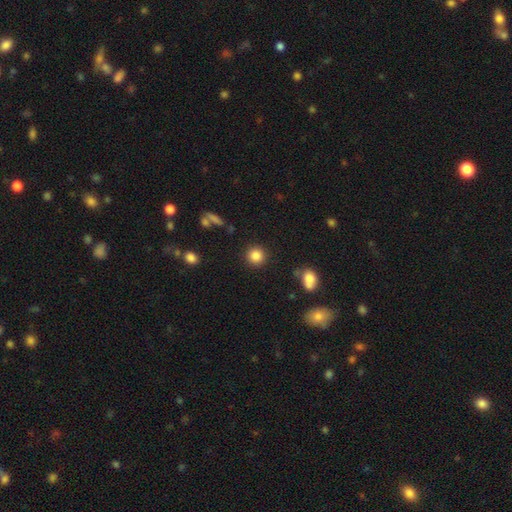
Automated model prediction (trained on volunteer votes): smooth-or-featured: smooth: 85% | star or artifact: 10% | featured or disk: 5%
  how-rounded: round: 92% | in between: 7% | cigar-shaped: 1%
  merging: none: 89% | minor disturbance: 6% | major disturbance: 3% | merger: 2%